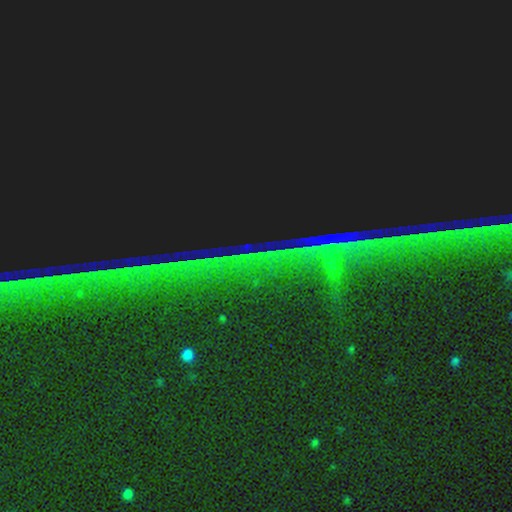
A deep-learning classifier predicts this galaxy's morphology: Q: Smooth or featured?
A: star or artifact (87%); runner-up: featured or disk (7%)